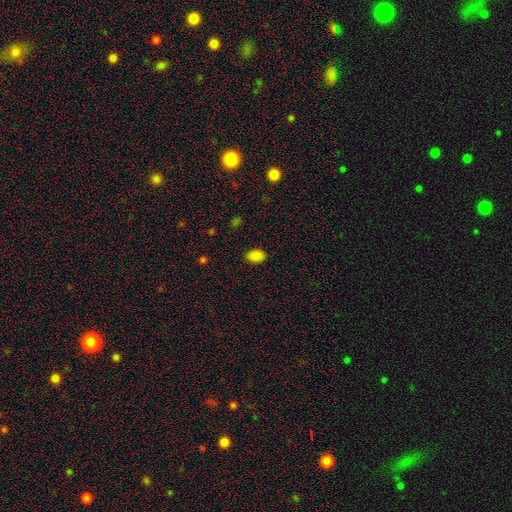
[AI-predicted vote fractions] The model was most divided on "how rounded": in between: 78%, round: 21%, cigar-shaped: 1%. More confident: merging — none (86%); smooth or featured — smooth (86%).